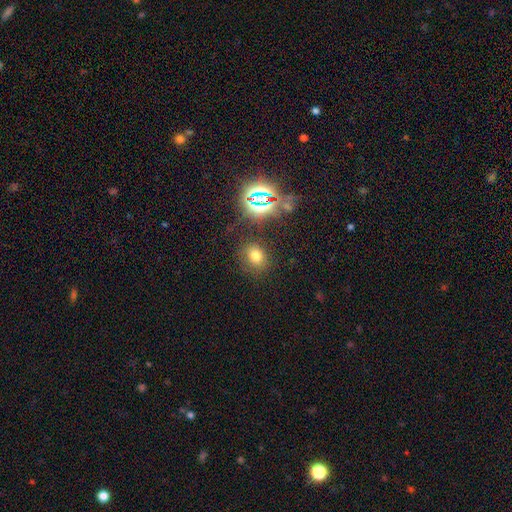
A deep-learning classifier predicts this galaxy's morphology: Q: Smooth or featured?
A: smooth (67%); runner-up: star or artifact (24%)
Q: How rounded?
A: round (60%); runner-up: in between (38%)
Q: Merging?
A: none (81%); runner-up: minor disturbance (11%)